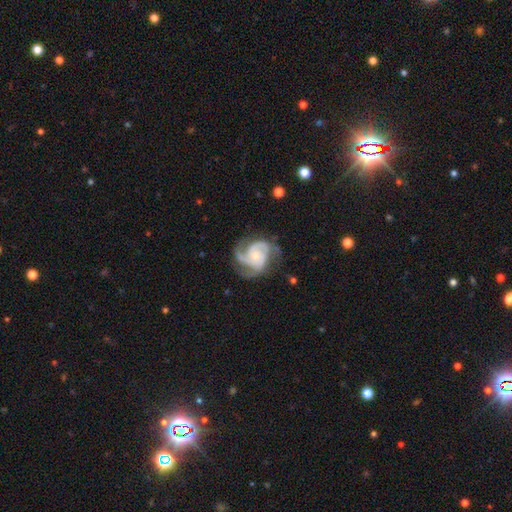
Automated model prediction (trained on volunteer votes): Smooth or featured?
  - featured or disk: 89% *
  - smooth: 7%
  - star or artifact: 5%
Edge-on disk?
  - no: 98% *
  - yes: 2%
Bar?
  - no: 73% *
  - weak: 22%
  - strong: 5%
Spiral arms?
  - yes: 98% *
  - no: 2%
Spiral winding?
  - medium: 48% *
  - tight: 41%
  - loose: 11%
Spiral arm count?
  - 3: 64% *
  - 2: 16%
  - 4: 7%
  - can't tell: 6%
  - 1: 3%
  - more than 4: 3%
Bulge size?
  - small: 61% *
  - moderate: 34%
  - none: 2%
  - large: 2%
  - dominant: 1%
Merging?
  - none: 65% *
  - minor disturbance: 21%
  - major disturbance: 13%
  - merger: 2%